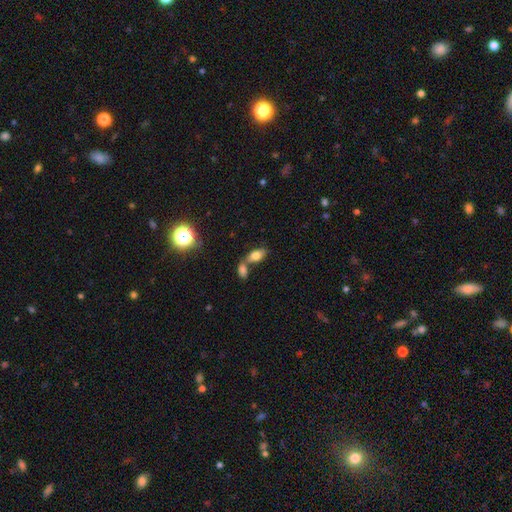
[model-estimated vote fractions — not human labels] Q: Smooth or featured?
A: smooth (75%); runner-up: featured or disk (14%)
Q: How rounded?
A: in between (89%); runner-up: round (6%)
Q: Merging?
A: none (46%); runner-up: merger (41%)